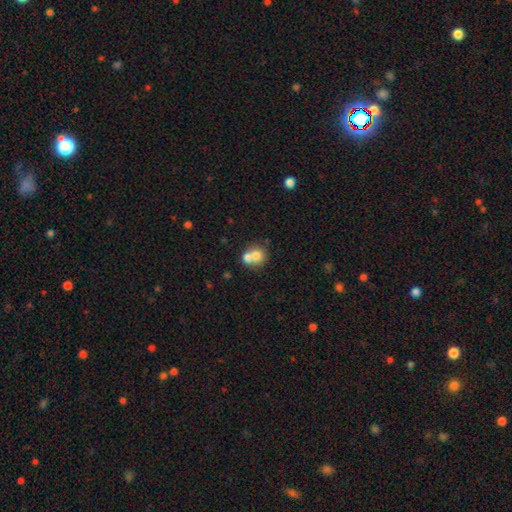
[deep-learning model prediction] Smooth or featured: smooth — 71% (featured or disk — 19%)
How rounded: round — 78% (in between — 21%)
Merging: merger — 57% (none — 33%)